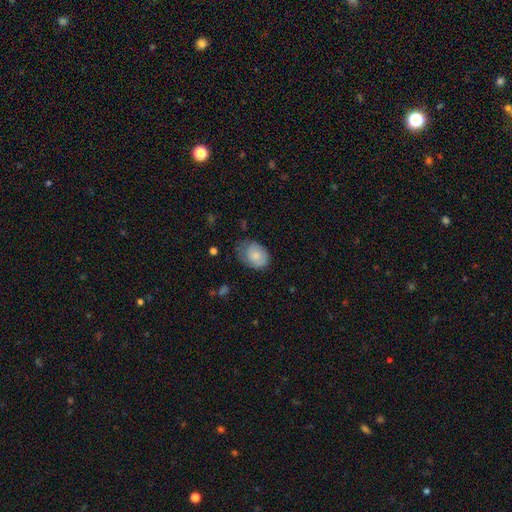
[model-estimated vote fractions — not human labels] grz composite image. It shows a smooth galaxy with no disk features (78%) that is in between round and cigar-shaped (71%). Merging: none (51%).